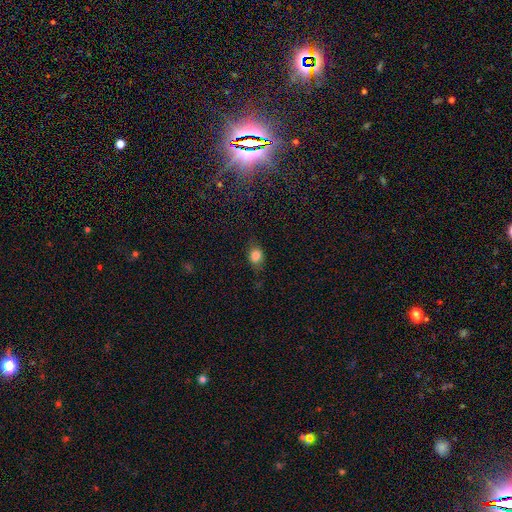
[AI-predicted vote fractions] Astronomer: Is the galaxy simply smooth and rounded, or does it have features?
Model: smooth — 80%.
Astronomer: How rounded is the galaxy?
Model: in between — 54% (runner-up: round, 44%).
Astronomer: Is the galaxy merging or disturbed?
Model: none — 72%.